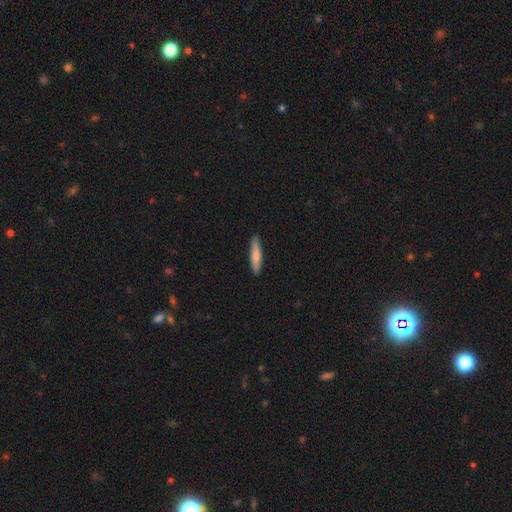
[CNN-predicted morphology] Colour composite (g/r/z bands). It shows a smooth galaxy with no disk features (77%) that is cigar-shaped (85%). Merging: none (90%).